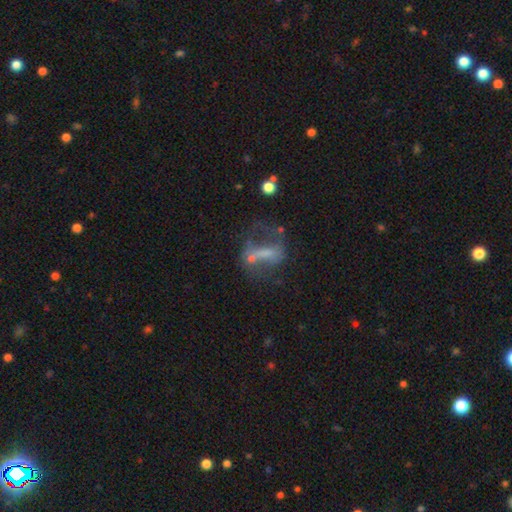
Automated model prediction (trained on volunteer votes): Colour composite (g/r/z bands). It shows a featured or disk galaxy (56%) with a strong bar (36%), no spiral arms (53%) and no central bulge (42%). Merging: none (36%).